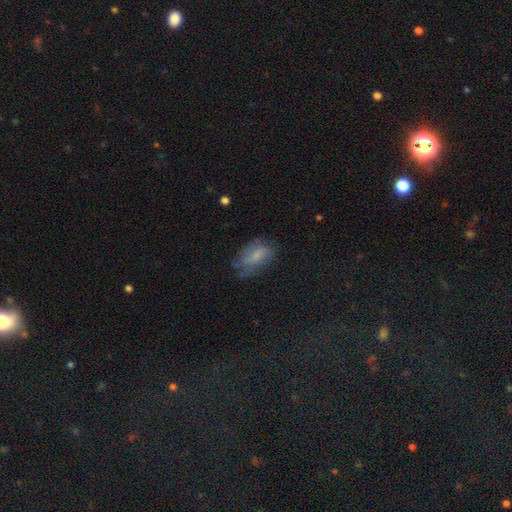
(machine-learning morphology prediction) Smooth or featured? smooth (56%)
How rounded? in between (88%)
Merging? none (53%)